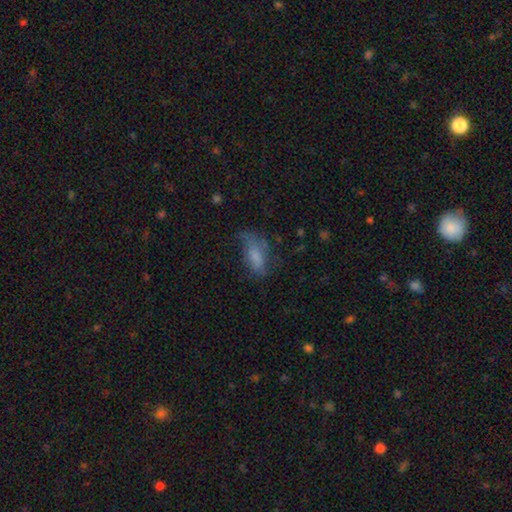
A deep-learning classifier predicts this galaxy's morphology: Overall: smooth (64%; featured or disk 25%). How rounded: in between (79%). Merging: none (40%; minor disturbance 30%).